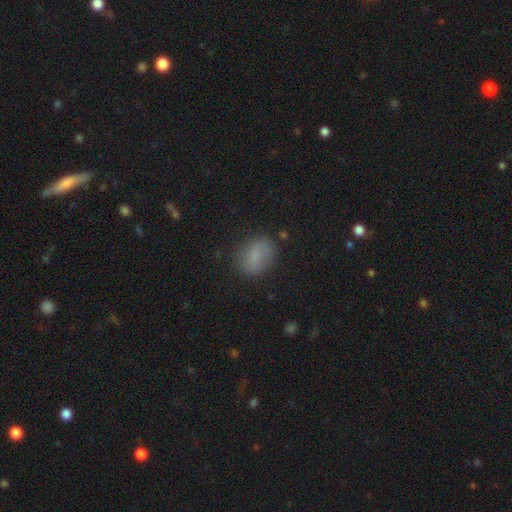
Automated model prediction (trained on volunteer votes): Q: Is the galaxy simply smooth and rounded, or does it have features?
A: smooth — 79%.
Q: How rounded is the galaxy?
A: in between — 71%.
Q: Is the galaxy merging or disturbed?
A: none — 78%.